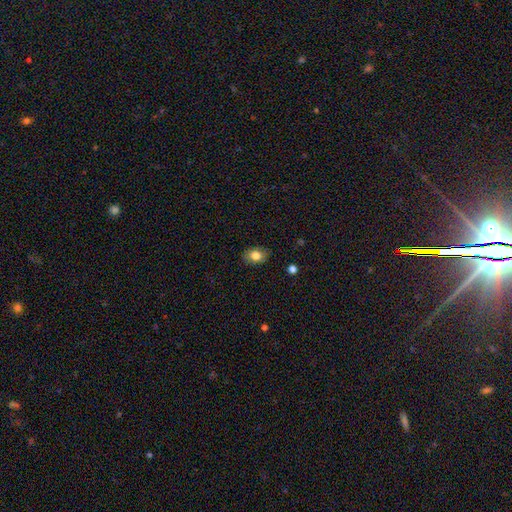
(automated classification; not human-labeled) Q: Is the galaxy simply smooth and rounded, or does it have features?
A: smooth — 80%.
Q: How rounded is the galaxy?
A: in between — 74%.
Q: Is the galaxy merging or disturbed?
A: none — 85%.